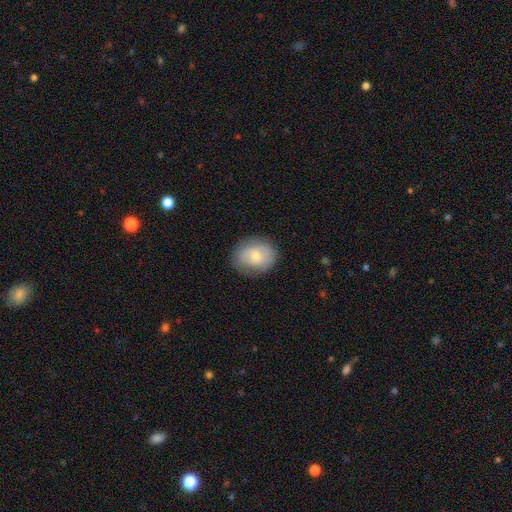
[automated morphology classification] type=smooth (63%); roundness=round (51%); merging=none (82%).